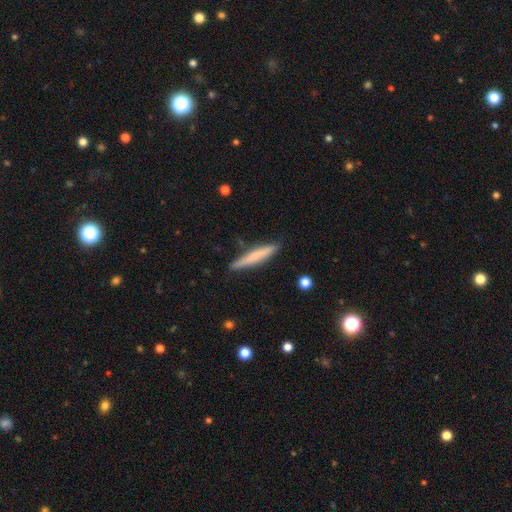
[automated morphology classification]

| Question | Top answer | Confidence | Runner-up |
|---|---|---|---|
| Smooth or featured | smooth | 66% | featured or disk (28%) |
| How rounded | cigar-shaped | 94% | in between (5%) |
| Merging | none | 86% | minor disturbance (11%) |